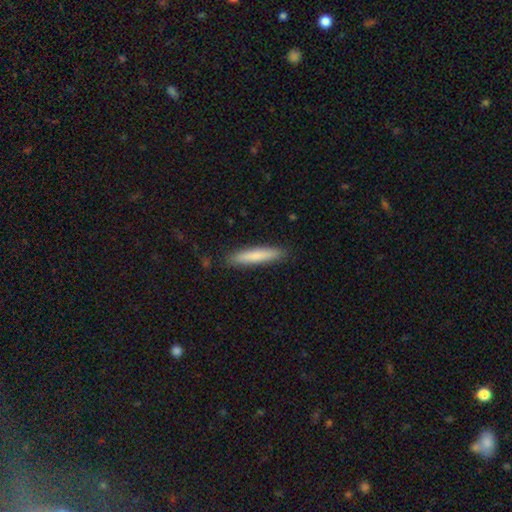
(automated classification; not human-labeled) Overall: smooth (78%). How rounded: cigar-shaped (91%). Merging: none (89%).